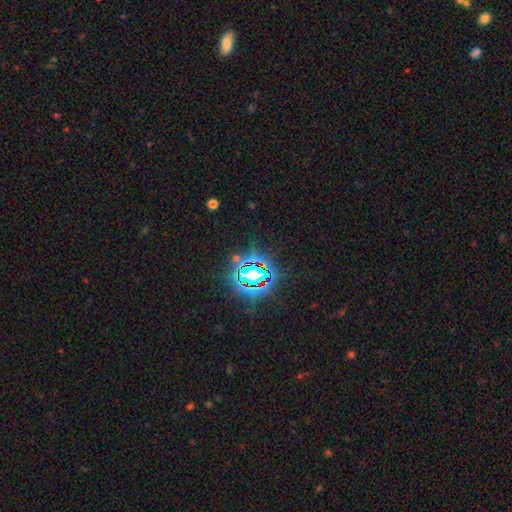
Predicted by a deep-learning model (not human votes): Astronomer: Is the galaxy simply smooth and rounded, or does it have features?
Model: star or artifact — 81%.